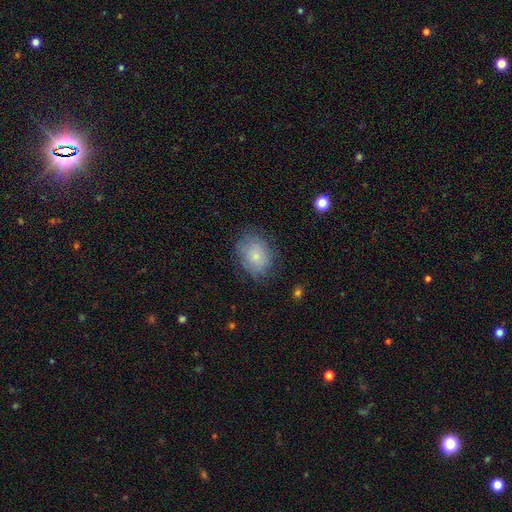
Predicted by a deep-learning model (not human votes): Q: Smooth or featured?
A: smooth (76%); runner-up: featured or disk (15%)
Q: How rounded?
A: in between (57%); runner-up: round (42%)
Q: Merging?
A: none (74%); runner-up: minor disturbance (18%)